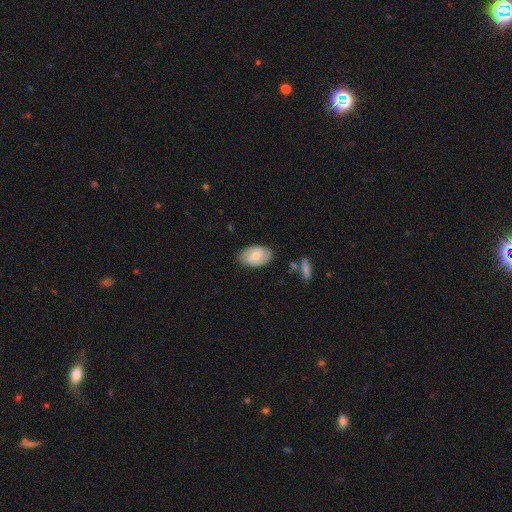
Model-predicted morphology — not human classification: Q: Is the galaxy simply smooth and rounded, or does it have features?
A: smooth — 61%.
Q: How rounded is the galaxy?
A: in between — 92%.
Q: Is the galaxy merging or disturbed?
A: none — 80%.